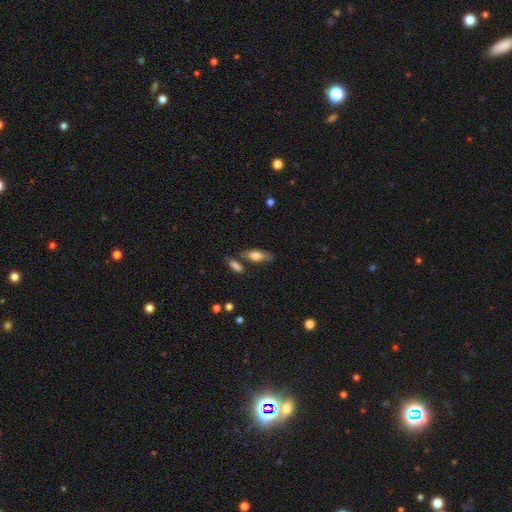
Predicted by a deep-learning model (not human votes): smooth_or_featured: smooth (p=0.70) [alt: featured or disk p=0.24]
how_rounded: in between (p=0.74) [alt: cigar-shaped p=0.23]
merging: none (p=0.69) [alt: minor disturbance p=0.17]